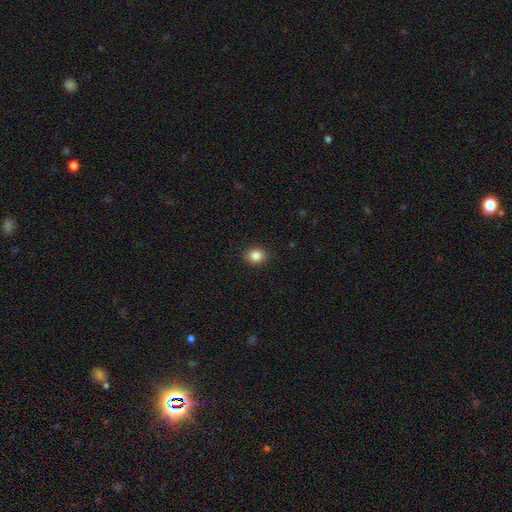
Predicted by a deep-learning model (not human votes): Smooth or featured: smooth — 85% (star or artifact — 10%)
How rounded: round — 67% (in between — 32%)
Merging: none — 90% (minor disturbance — 7%)